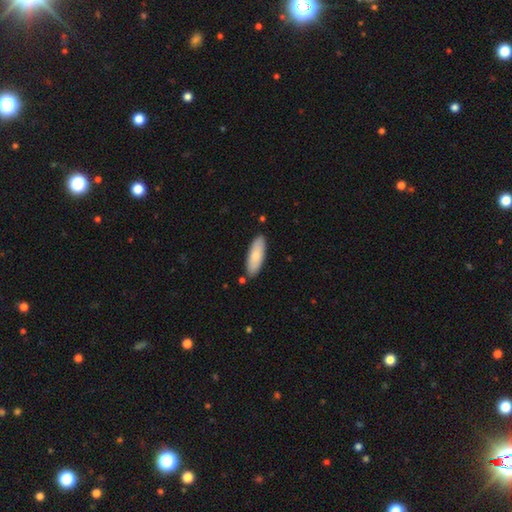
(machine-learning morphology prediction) smooth 80%, featured or disk 15%, star or artifact 5%. Down the decision tree: how rounded — in between (65%); merging — none (86%).